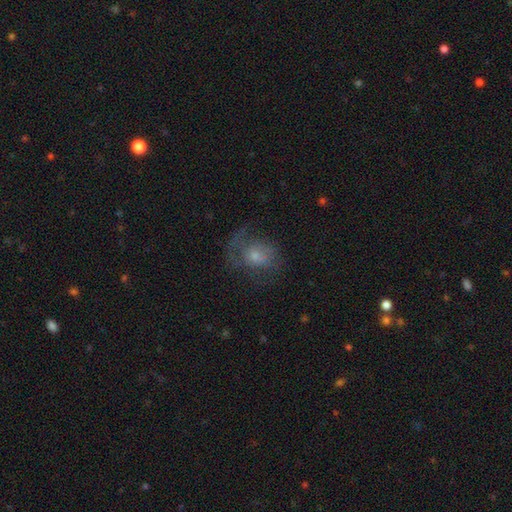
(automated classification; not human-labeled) Overall: featured or disk (54%; smooth 32%). Edge-on disk: no (96%). Bar: no (74%). Spiral arms: yes (74%). Bulge size: small (48%; moderate 38%). Merging: none (50%; major disturbance 28%).